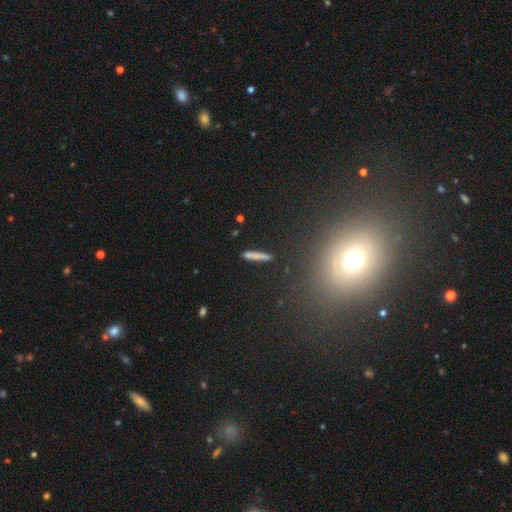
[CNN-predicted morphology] Smooth or featured?
  - smooth: 77% *
  - featured or disk: 14%
  - star or artifact: 9%
How rounded?
  - cigar-shaped: 93% *
  - in between: 5%
  - round: 2%
Merging?
  - none: 85% *
  - minor disturbance: 10%
  - merger: 3%
  - major disturbance: 2%